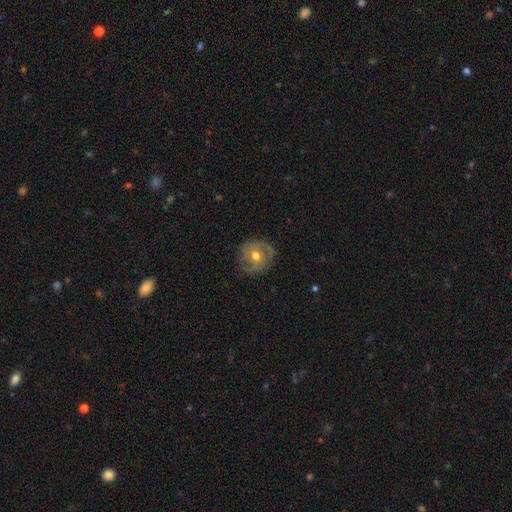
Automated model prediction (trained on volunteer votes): smooth_or_featured: featured or disk (p=0.59) [alt: smooth p=0.33]
disk_edge_on: no (p=0.96) [alt: yes p=0.04]
bar: no (p=0.66) [alt: weak p=0.26]
has_spiral_arms: yes (p=0.75) [alt: no p=0.25]
bulge_size: moderate (p=0.76) [alt: small p=0.17]
merging: none (p=0.77) [alt: minor disturbance p=0.16]